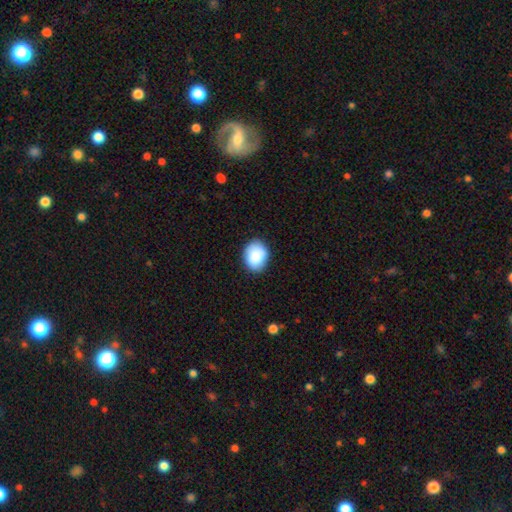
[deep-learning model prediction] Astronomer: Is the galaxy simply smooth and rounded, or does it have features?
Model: smooth — 88%.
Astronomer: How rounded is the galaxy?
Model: in between — 60% (runner-up: round, 39%).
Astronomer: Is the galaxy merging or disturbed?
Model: none — 84%.